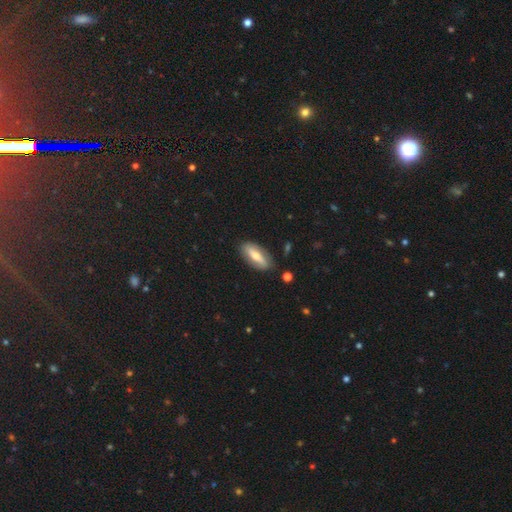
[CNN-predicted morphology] Smooth or featured? smooth (55%)
How rounded? in between (72%)
Merging? none (84%)